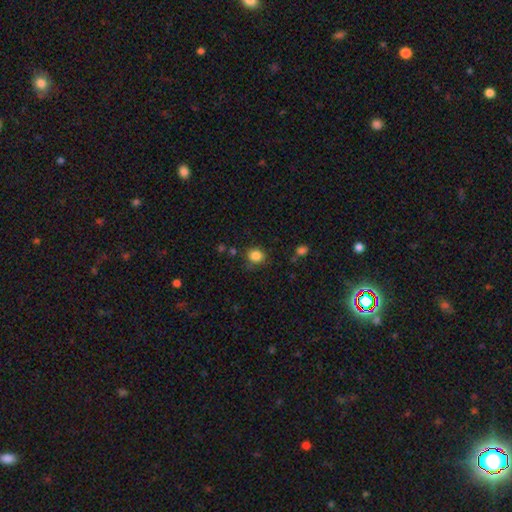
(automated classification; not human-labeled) smooth 85%, star or artifact 11%, featured or disk 5%. Down the decision tree: how rounded — round (75%); merging — none (79%).